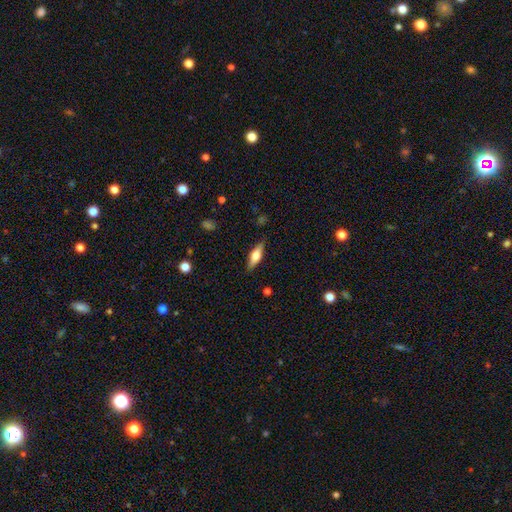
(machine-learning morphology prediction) Overall: smooth (58%; featured or disk 35%). How rounded: in between (57%; cigar-shaped 40%). Merging: none (84%).